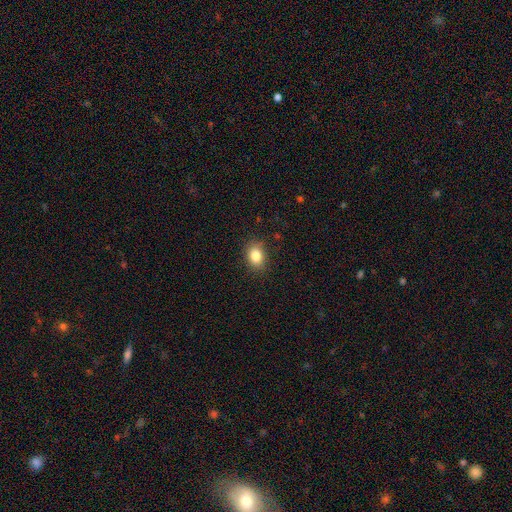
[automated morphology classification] Smooth or featured? Predicted: smooth (p=0.84). How rounded? Predicted: in between (p=0.66). Merging? Predicted: none (p=0.86).